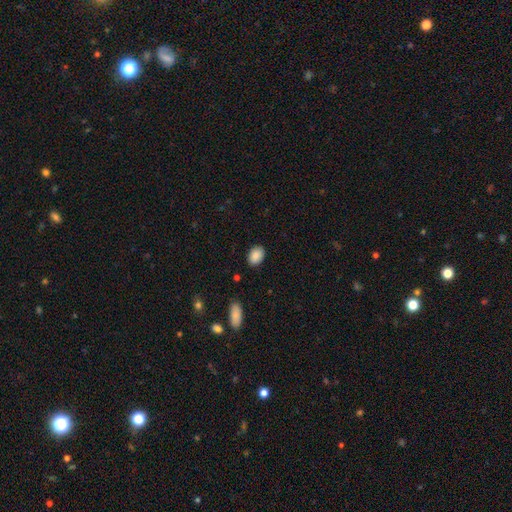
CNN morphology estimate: Overall: smooth (89%). How rounded: in between (78%). Merging: none (88%).